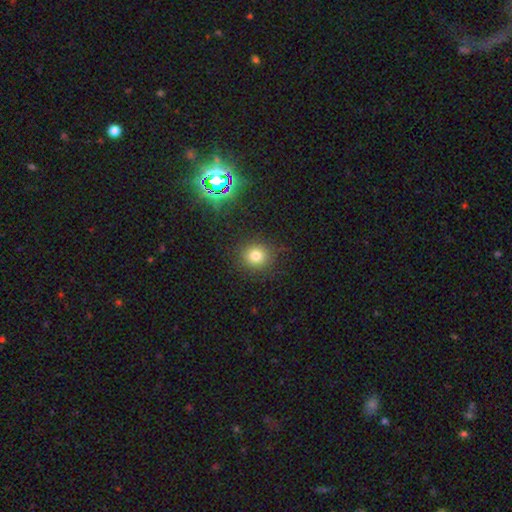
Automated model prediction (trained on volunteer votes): The model was most divided on "smooth or featured": smooth: 76%, star or artifact: 17%, featured or disk: 7%. More confident: merging — none (86%); how rounded — round (85%).